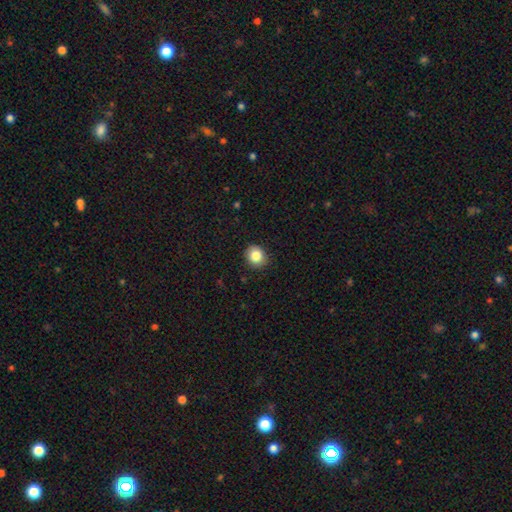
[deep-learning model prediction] This is clearly a smooth galaxy (85%). How rounded: likely round (78%). Merging: clearly none (89%).